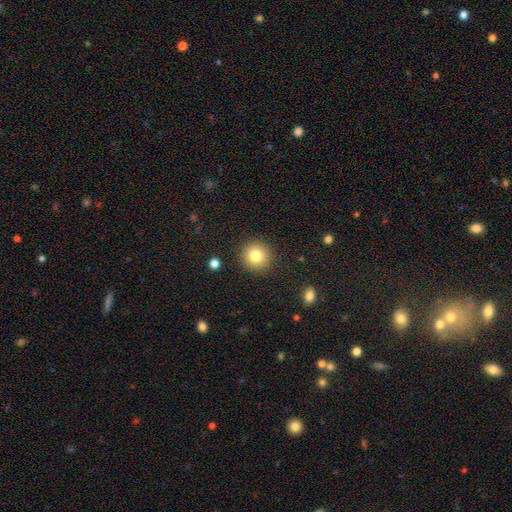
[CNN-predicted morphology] Overall: smooth (80%). How rounded: round (94%). Merging: none (91%).